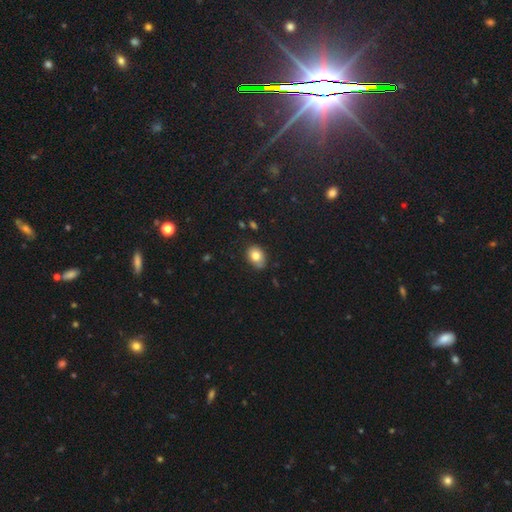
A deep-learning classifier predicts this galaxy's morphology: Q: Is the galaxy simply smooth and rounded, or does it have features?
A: smooth — 81%.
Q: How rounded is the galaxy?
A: in between — 67%.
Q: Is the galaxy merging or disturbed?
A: none — 70%.